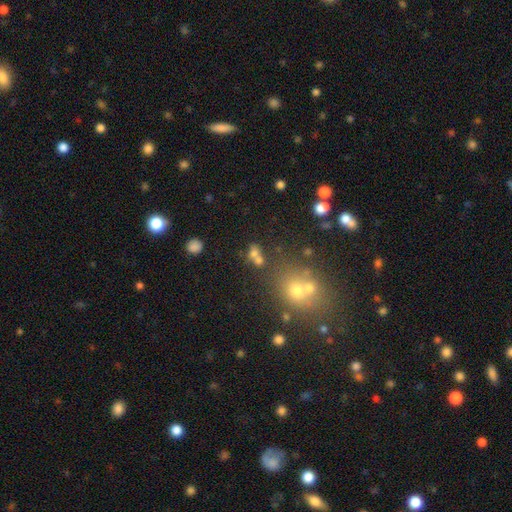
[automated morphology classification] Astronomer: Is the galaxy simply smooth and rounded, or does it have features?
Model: smooth — 64%.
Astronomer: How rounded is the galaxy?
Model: round — 49% (runner-up: in between, 48%).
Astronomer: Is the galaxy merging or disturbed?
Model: merger — 46% (runner-up: none, 37%).